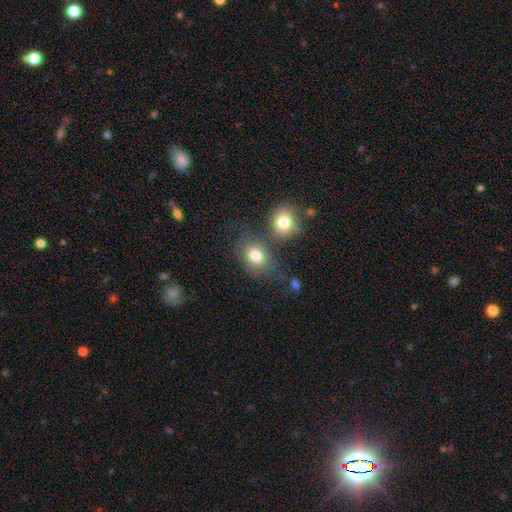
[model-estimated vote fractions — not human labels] This is likely a smooth galaxy (79%). How rounded: possibly in between (56%). Merging: possibly none (53%).